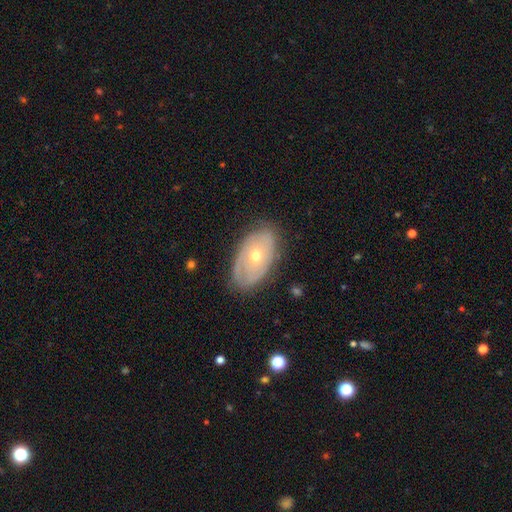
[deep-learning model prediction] A featured or disk galaxy (65%) with no bar (80%), spiral arms (59%) and a moderate central bulge (61%).

Vote fractions:
- Smooth or featured? featured or disk: 65% / smooth: 28% / star or artifact: 7%
- Edge-on disk? no: 91% / yes: 9%
- Bar? no: 80% / weak: 16% / strong: 4%
- Spiral arms? yes: 59% / no: 41%
- Bulge size? moderate: 61% / small: 36% / large: 2% / none: 1% / dominant: 1%
- Merging? none: 77% / minor disturbance: 17% / major disturbance: 4% / merger: 1%